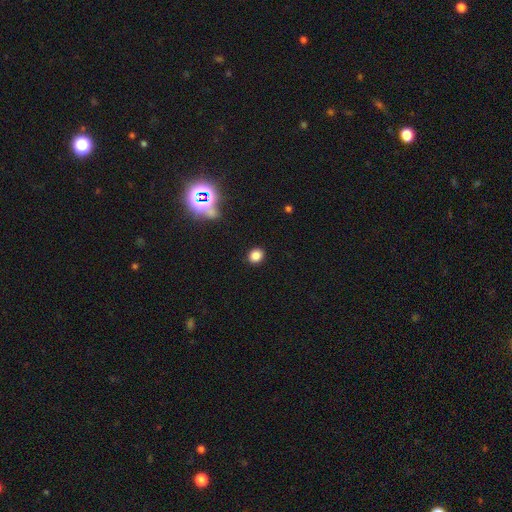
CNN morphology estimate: Smooth or featured: smooth — 82% (star or artifact — 14%)
How rounded: round — 69% (in between — 30%)
Merging: none — 89% (minor disturbance — 7%)